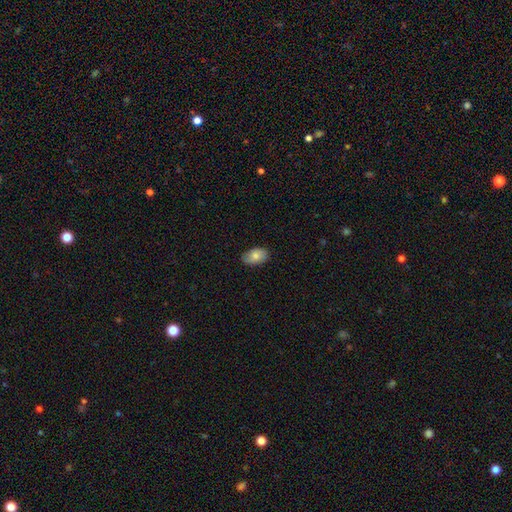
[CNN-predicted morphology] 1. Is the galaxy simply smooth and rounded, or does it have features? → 82% smooth, 11% featured or disk, 7% star or artifact.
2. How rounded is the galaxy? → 91% in between, 7% round, 1% cigar-shaped.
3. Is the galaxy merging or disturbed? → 80% none, 17% minor disturbance, 3% major disturbance, 1% merger.